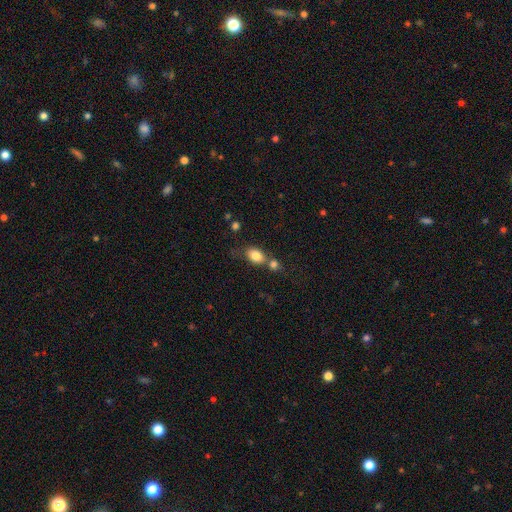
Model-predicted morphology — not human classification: This is clearly a smooth galaxy (82%). How rounded: likely in between (75%). Merging: marginally none (41%, tied with merger).